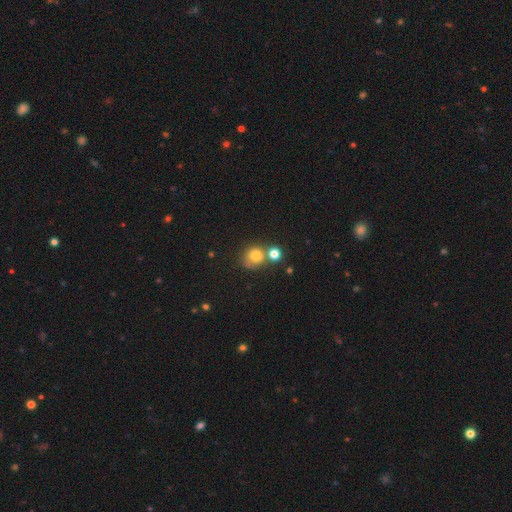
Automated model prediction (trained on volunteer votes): smooth 78%, star or artifact 12%, featured or disk 9%. Down the decision tree: how rounded — round (82%); merging — none (50%).